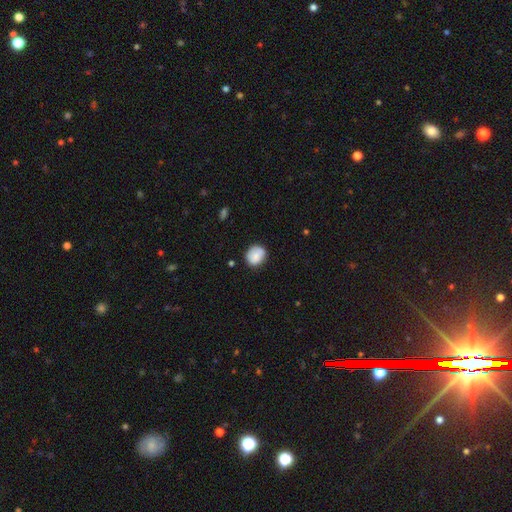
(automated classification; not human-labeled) A smooth galaxy with no disk features (79%) that is round (69%).

Vote fractions:
- Smooth or featured? smooth: 79% / featured or disk: 13% / star or artifact: 8%
- How rounded? round: 69% / in between: 30% / cigar-shaped: 1%
- Merging? none: 77% / minor disturbance: 17% / major disturbance: 3% / merger: 2%